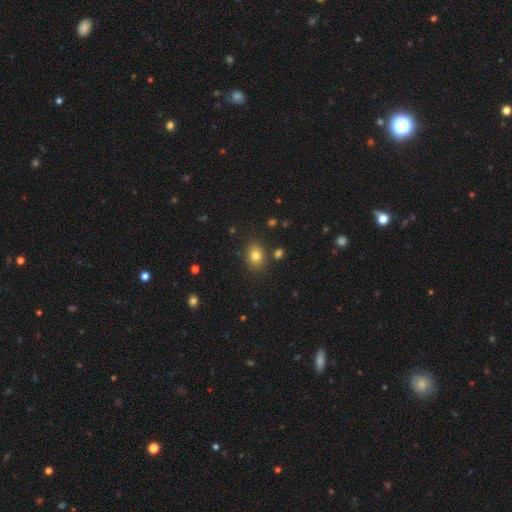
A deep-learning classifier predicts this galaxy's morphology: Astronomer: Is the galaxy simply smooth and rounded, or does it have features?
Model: smooth — 79%.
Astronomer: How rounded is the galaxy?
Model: in between — 60% (runner-up: round, 39%).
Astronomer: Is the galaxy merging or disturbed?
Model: none — 84%.